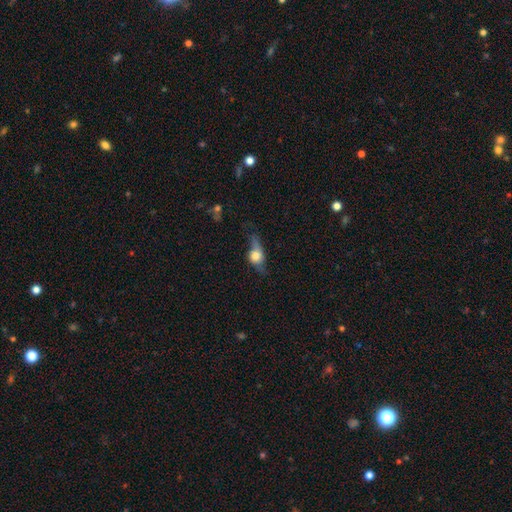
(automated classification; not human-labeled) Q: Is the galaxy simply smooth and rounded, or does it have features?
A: smooth — 56%.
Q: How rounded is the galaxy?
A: in between — 54%.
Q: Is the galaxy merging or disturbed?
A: none — 41%.